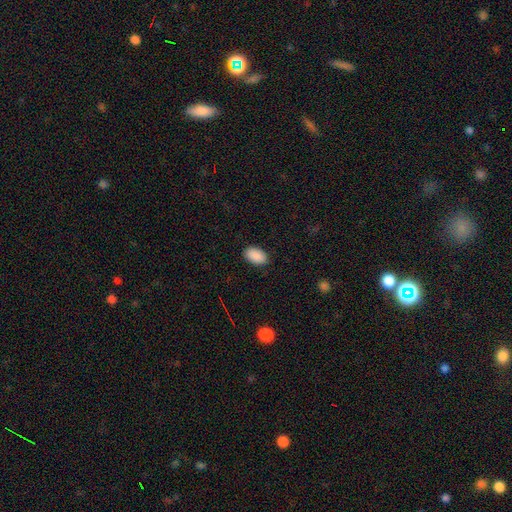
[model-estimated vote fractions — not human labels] Q: Smooth or featured?
A: smooth (91%); runner-up: star or artifact (7%)
Q: How rounded?
A: in between (94%); runner-up: round (5%)
Q: Merging?
A: none (88%); runner-up: minor disturbance (9%)